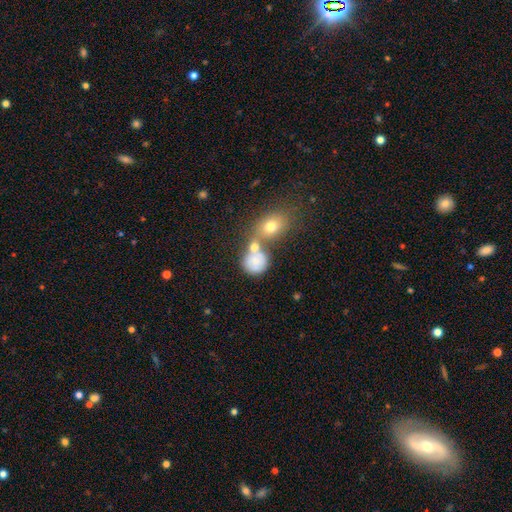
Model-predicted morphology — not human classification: A smooth galaxy with no disk features (71%) that is round (74%). Merging: merger (42%).